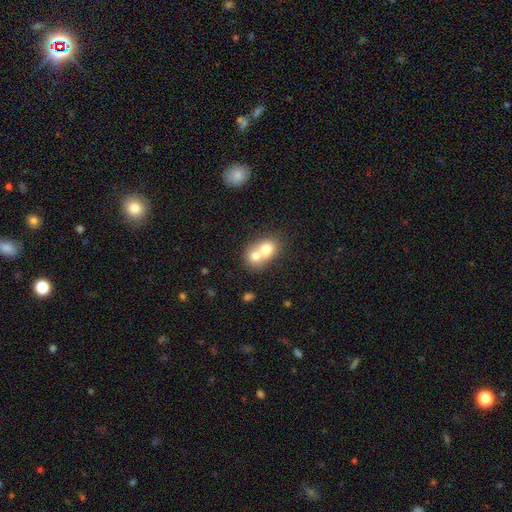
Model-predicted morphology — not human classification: Smooth or featured? Predicted: smooth (p=0.69). How rounded? Predicted: round (p=0.60). Merging? Predicted: merger (p=0.75).